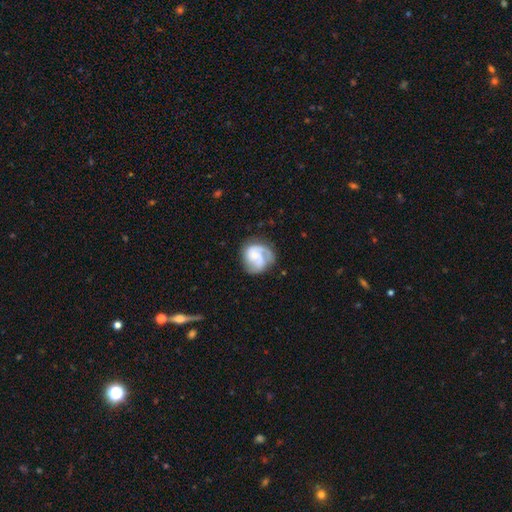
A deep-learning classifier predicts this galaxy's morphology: smooth_or_featured: featured or disk (p=0.72) [alt: smooth p=0.22]
disk_edge_on: no (p=0.98) [alt: yes p=0.02]
bar: no (p=0.62) [alt: weak p=0.31]
has_spiral_arms: yes (p=0.92) [alt: no p=0.08]
spiral_winding: medium (p=0.43) [alt: tight p=0.38]
spiral_arm_count: 2 (p=0.45) [alt: 3 p=0.19]
bulge_size: small (p=0.52) [alt: moderate p=0.26]
merging: none (p=0.59) [alt: minor disturbance p=0.23]